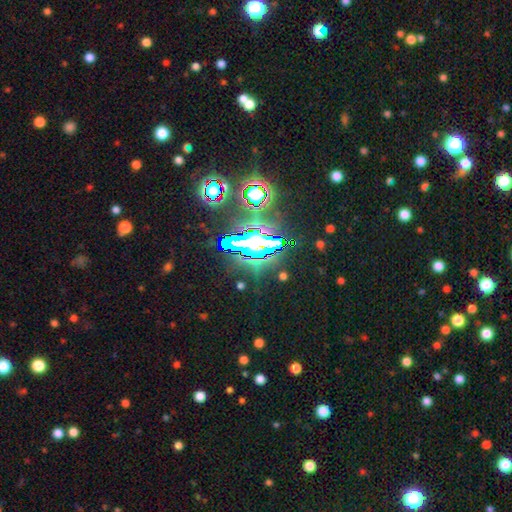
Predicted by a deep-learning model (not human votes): smooth-or-featured: star or artifact: 73% | smooth: 14% | featured or disk: 13%